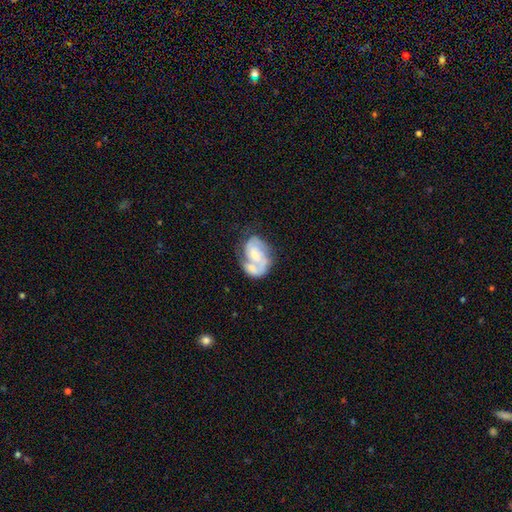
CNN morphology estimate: A featured or disk galaxy (71%) with no bar (56%), 2 (64%) medium (44%) spiral arms (78%) and a moderate central bulge (51%).

Vote fractions:
- Smooth or featured? featured or disk: 71% / smooth: 23% / star or artifact: 6%
- Edge-on disk? no: 97% / yes: 3%
- Bar? no: 56% / weak: 34% / strong: 10%
- Spiral arms? yes: 78% / no: 22%
- Spiral winding? medium: 44% / tight: 33% / loose: 23%
- Spiral arm count? 2: 64% / can't tell: 16% / 1: 14% / 3: 4% / 4: 1% / more than 4: 1%
- Bulge size? moderate: 51% / small: 41% / large: 4% / none: 4% / dominant: 1%
- Merging? merger: 39% / none: 29% / minor disturbance: 17% / major disturbance: 14%